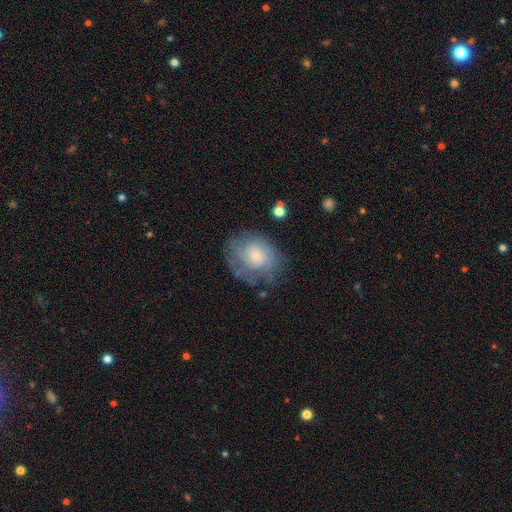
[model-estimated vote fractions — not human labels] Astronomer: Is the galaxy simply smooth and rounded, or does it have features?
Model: smooth — 46% (runner-up: featured or disk, 45%).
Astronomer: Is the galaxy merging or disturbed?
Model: none — 61%.